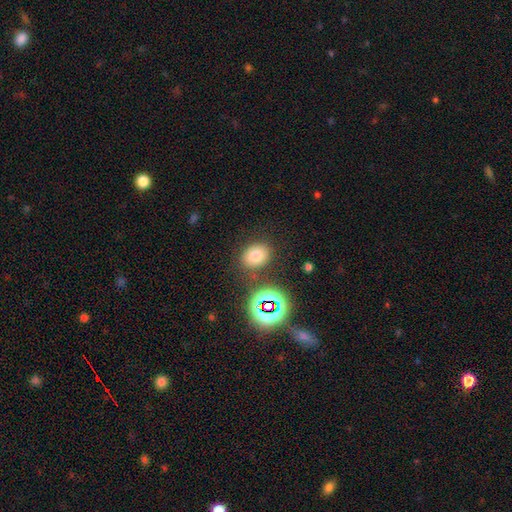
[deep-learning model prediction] A smooth galaxy with no disk features (73%) that is in between round and cigar-shaped (50%). Merging: none (79%).